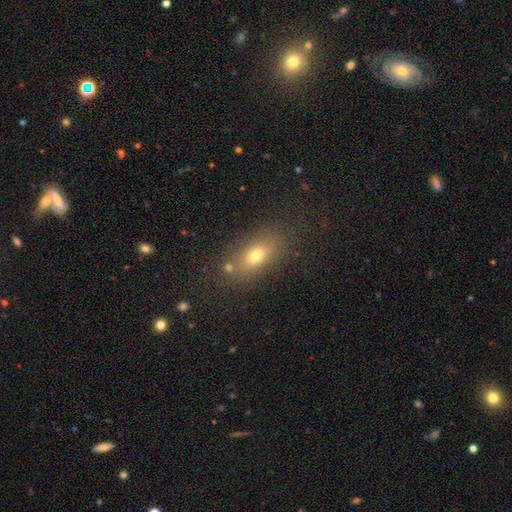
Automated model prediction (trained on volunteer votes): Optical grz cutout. It shows a smooth galaxy with no disk features (69%) that is in between round and cigar-shaped (76%). Merging: none (74%).